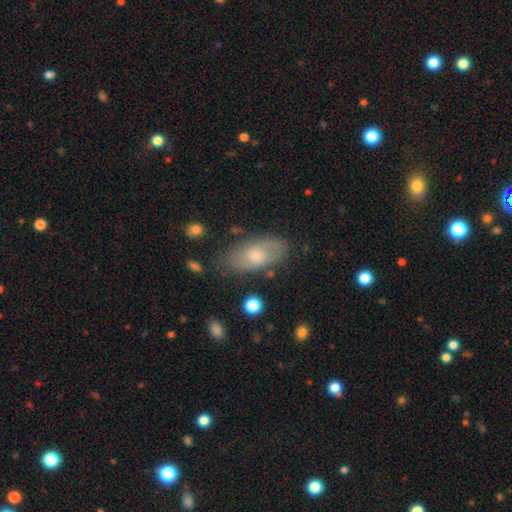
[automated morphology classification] The model was most divided on "smooth or featured": smooth: 62%, featured or disk: 31%, star or artifact: 7%. More confident: how rounded — in between (91%); merging — none (71%).